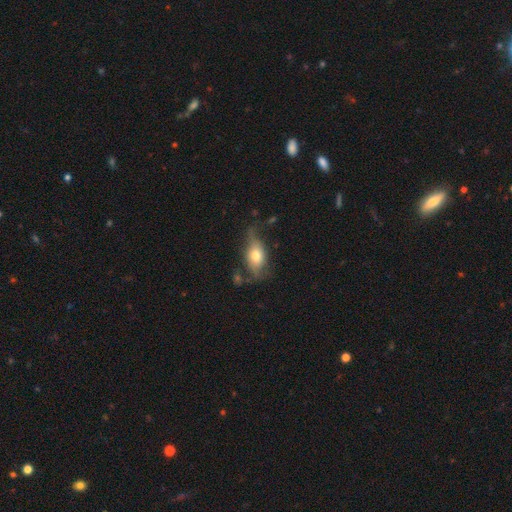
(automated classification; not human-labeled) Smooth or featured? smooth (61%)
How rounded? in between (84%)
Merging? none (44%)